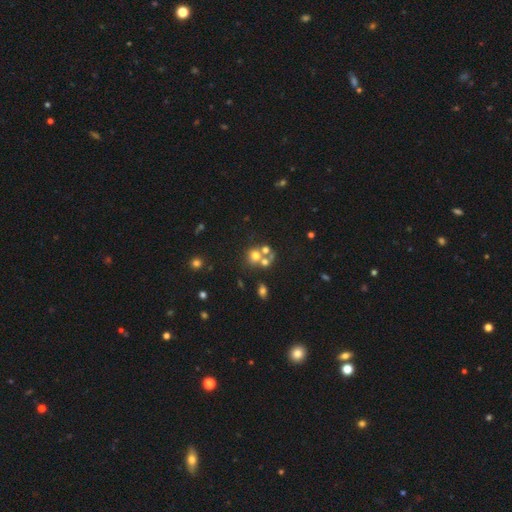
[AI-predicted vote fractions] Smooth or featured?
  - smooth: 61% *
  - featured or disk: 21%
  - star or artifact: 18%
How rounded?
  - round: 75% *
  - in between: 24%
  - cigar-shaped: 1%
Merging?
  - merger: 46% *
  - none: 39%
  - minor disturbance: 9%
  - major disturbance: 6%